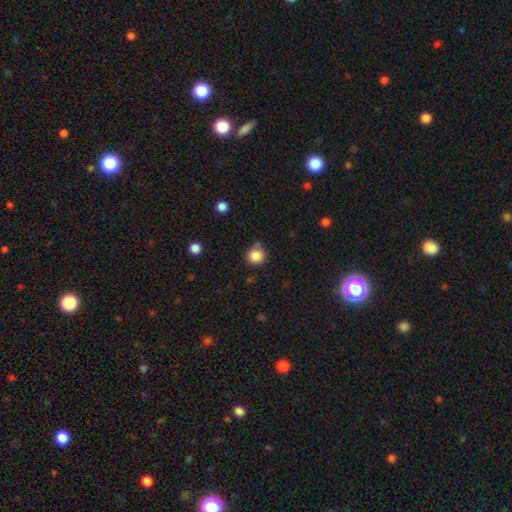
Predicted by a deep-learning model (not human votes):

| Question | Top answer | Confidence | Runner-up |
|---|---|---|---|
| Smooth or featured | smooth | 85% | star or artifact (10%) |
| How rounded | round | 92% | in between (7%) |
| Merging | none | 76% | minor disturbance (15%) |